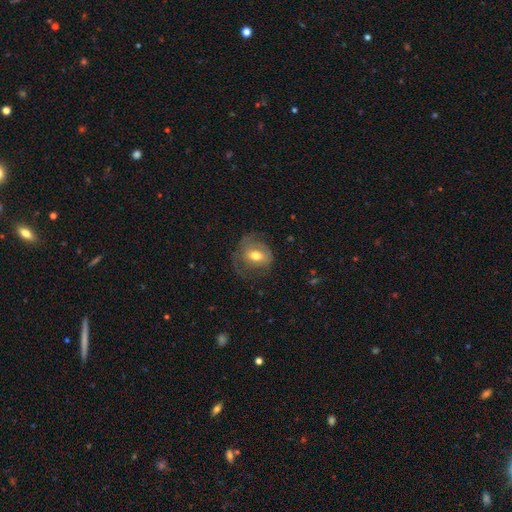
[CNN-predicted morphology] Q: Smooth or featured?
A: smooth (53%); runner-up: featured or disk (39%)
Q: How rounded?
A: round (57%); runner-up: in between (42%)
Q: Merging?
A: none (50%); runner-up: minor disturbance (25%)